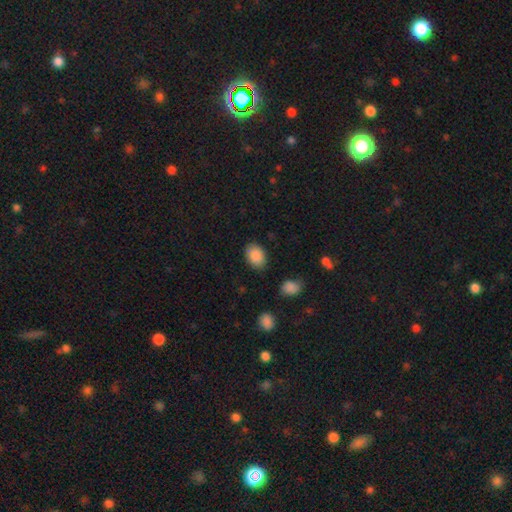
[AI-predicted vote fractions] Morphology: type=smooth (88%); roundness=in between (78%); merging=none (82%).